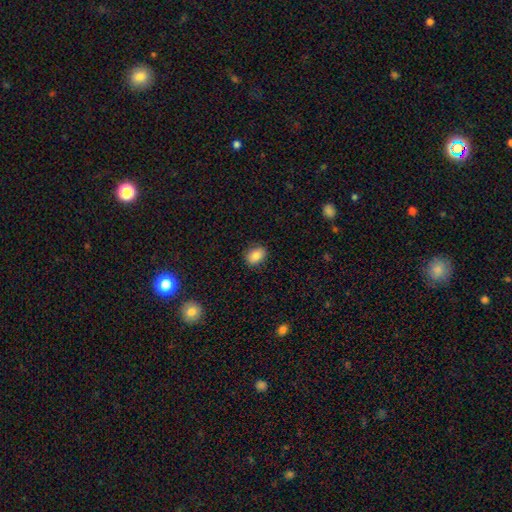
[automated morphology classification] The model was most divided on "how rounded": in between: 72%, round: 27%, cigar-shaped: 1%. More confident: merging — none (87%); smooth or featured — smooth (85%).